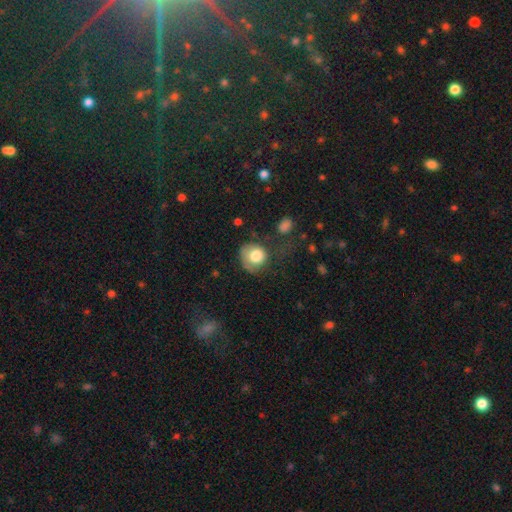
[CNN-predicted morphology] The model was most divided on "merging": none: 41%, minor disturbance: 28%, major disturbance: 27%, merger: 3%. More confident: how rounded — round (78%); smooth or featured — smooth (75%).